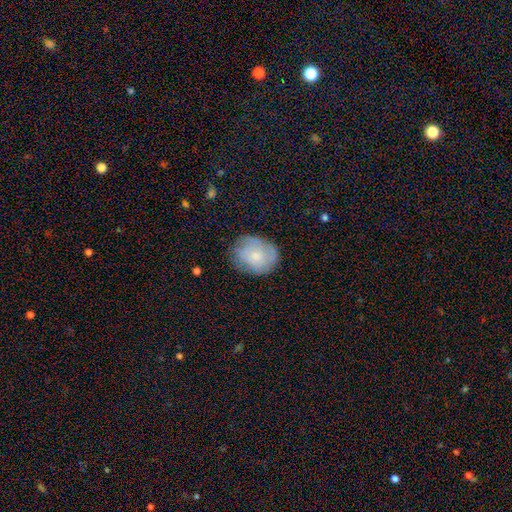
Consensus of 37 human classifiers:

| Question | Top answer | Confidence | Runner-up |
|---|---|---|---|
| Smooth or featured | smooth | 57% | featured or disk (38%) |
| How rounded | in between | 52% | round (48%) |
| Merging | none | 54% | minor disturbance (34%) |